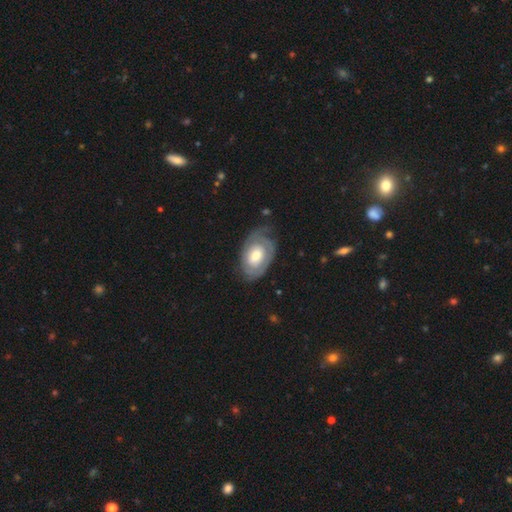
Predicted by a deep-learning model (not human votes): The model was most divided on "spiral arm count": can't tell: 38%, 2: 37%, 1: 16%, 3: 5%, 4: 2%, more than 4: 2%. More confident: edge-on disk — no (96%); spiral arms — yes (79%); spiral winding — tight (71%); smooth or featured — featured or disk (70%); bar — no (67%); merging — none (64%); bulge size — moderate (55%).